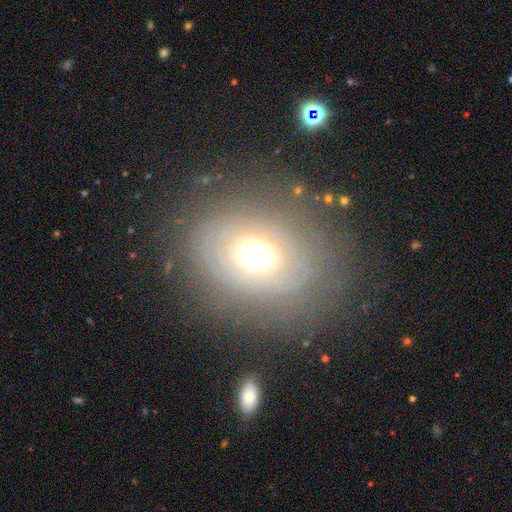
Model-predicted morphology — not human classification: smooth_or_featured: featured or disk (p=0.60) [alt: smooth p=0.30]
disk_edge_on: no (p=0.95) [alt: yes p=0.05]
bar: no (p=0.88) [alt: weak p=0.09]
has_spiral_arms: no (p=0.54) [alt: yes p=0.46]
bulge_size: moderate (p=0.61) [alt: large p=0.27]
merging: none (p=0.76) [alt: minor disturbance p=0.14]